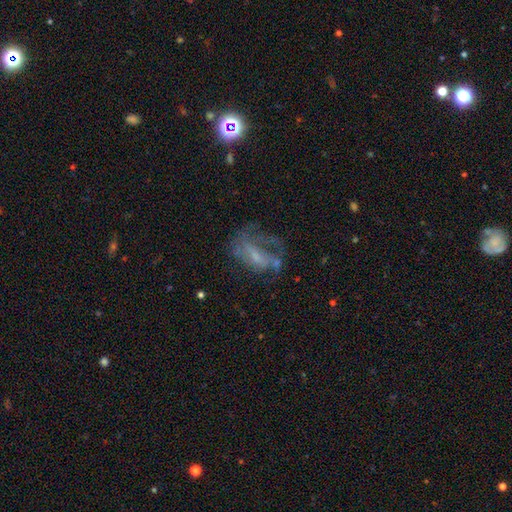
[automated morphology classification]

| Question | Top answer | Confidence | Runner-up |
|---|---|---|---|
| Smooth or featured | featured or disk | 59% | smooth (26%) |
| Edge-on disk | no | 94% | yes (6%) |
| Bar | no | 51% | weak (35%) |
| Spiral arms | no | 53% | yes (47%) |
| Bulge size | small | 41% | none (35%) |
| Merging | major disturbance | 41% | none (35%) |